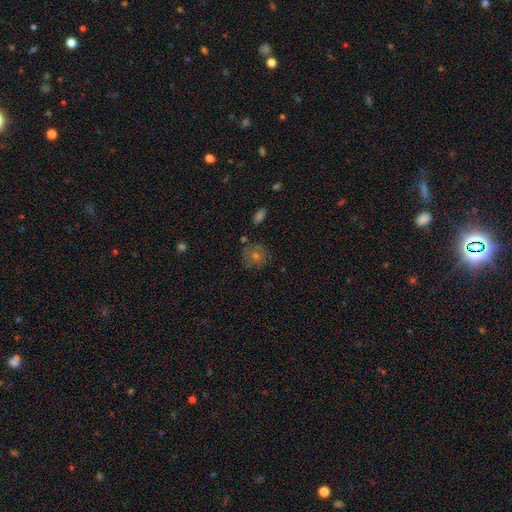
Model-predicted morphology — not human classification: Smooth or featured? Predicted: smooth (p=0.46). Merging? Predicted: none (p=0.78).